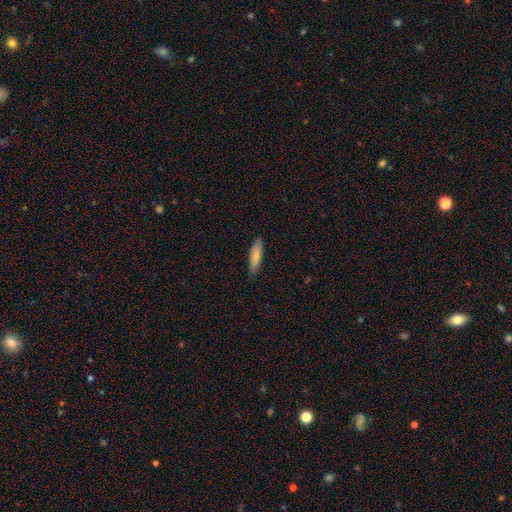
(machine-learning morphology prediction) The model was most divided on "how rounded": cigar-shaped: 65%, in between: 34%, round: 2%. More confident: merging — none (87%); smooth or featured — smooth (78%).